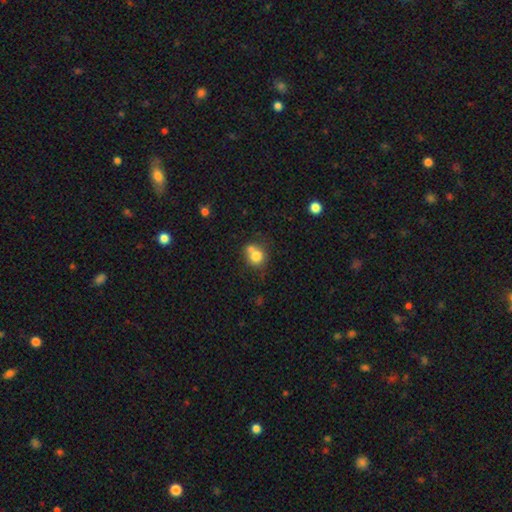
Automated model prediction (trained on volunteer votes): Smooth or featured?
  - smooth: 76% *
  - featured or disk: 13%
  - star or artifact: 11%
How rounded?
  - round: 78% *
  - in between: 21%
  - cigar-shaped: 1%
Merging?
  - none: 43% *
  - merger: 40%
  - minor disturbance: 12%
  - major disturbance: 4%